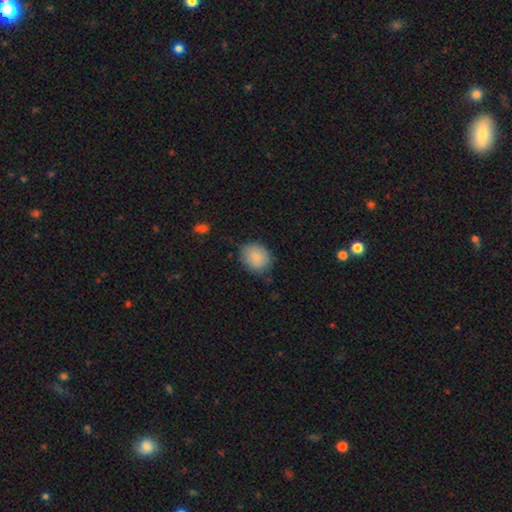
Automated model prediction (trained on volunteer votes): Q: Smooth or featured?
A: smooth (86%); runner-up: star or artifact (7%)
Q: How rounded?
A: round (59%); runner-up: in between (40%)
Q: Merging?
A: none (75%); runner-up: minor disturbance (19%)